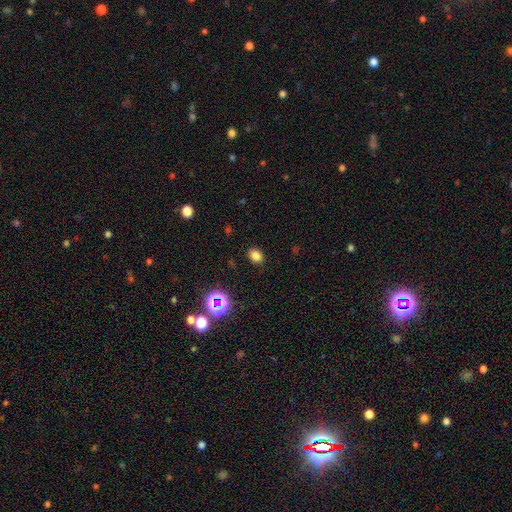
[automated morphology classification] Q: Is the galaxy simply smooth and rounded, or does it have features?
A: smooth — 79%.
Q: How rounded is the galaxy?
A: in between — 61%.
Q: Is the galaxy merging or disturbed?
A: none — 87%.